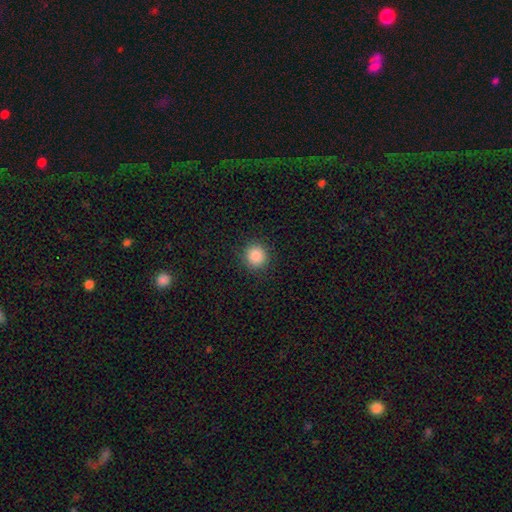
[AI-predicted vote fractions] Smooth or featured? Predicted: smooth (p=0.87). How rounded? Predicted: round (p=0.92). Merging? Predicted: none (p=0.90).